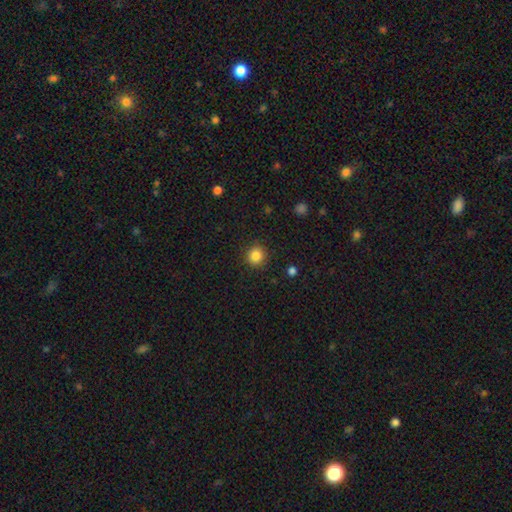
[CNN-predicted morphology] A smooth galaxy with no disk features (85%) that is round (91%). Merging: none (90%).